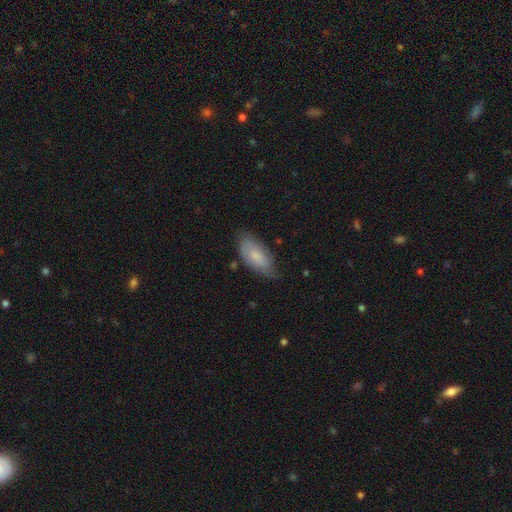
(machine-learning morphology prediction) A smooth galaxy with no disk features (71%) that is in between round and cigar-shaped (88%).

Vote fractions:
- Smooth or featured? smooth: 71% / featured or disk: 23% / star or artifact: 6%
- How rounded? in between: 88% / cigar-shaped: 10% / round: 2%
- Merging? none: 66% / minor disturbance: 27% / major disturbance: 5% / merger: 2%